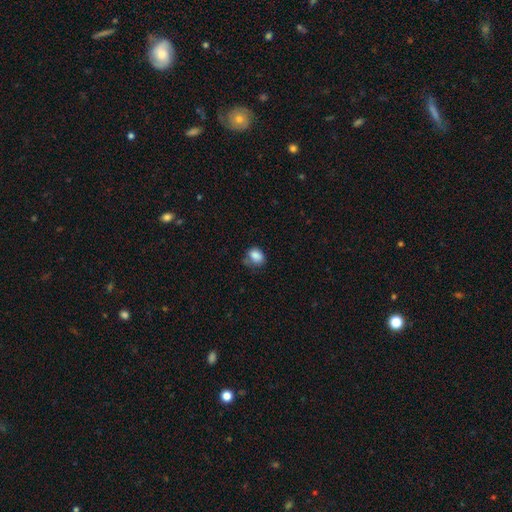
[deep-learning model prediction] Morphology: type=smooth (83%); roundness=in between (62%); merging=none (50%).